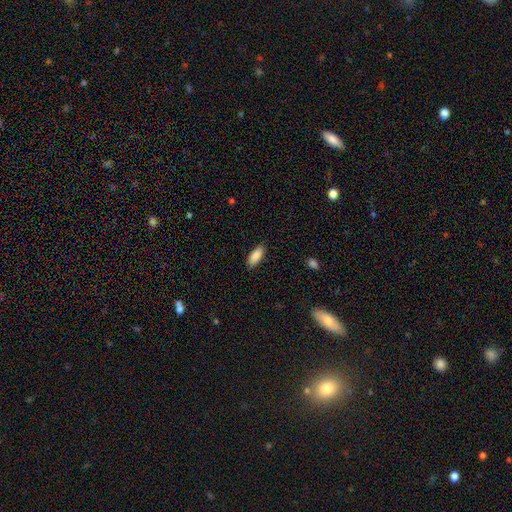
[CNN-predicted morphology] Smooth or featured? Predicted: smooth (p=0.89). How rounded? Predicted: in between (p=0.79). Merging? Predicted: none (p=0.86).